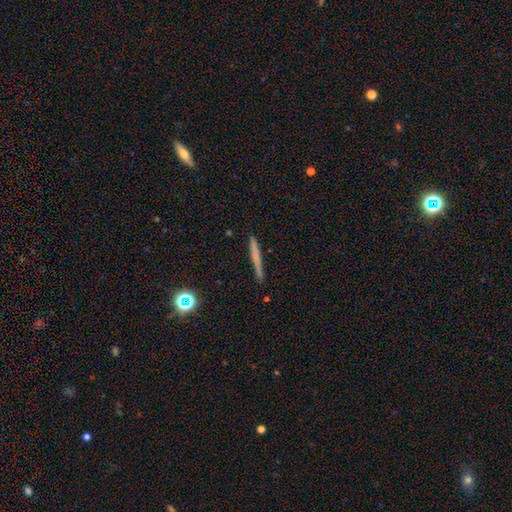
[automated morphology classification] This appears to be a smooth galaxy with no disk features (58%) that is cigar-shaped (96%). Merging: none (89%).